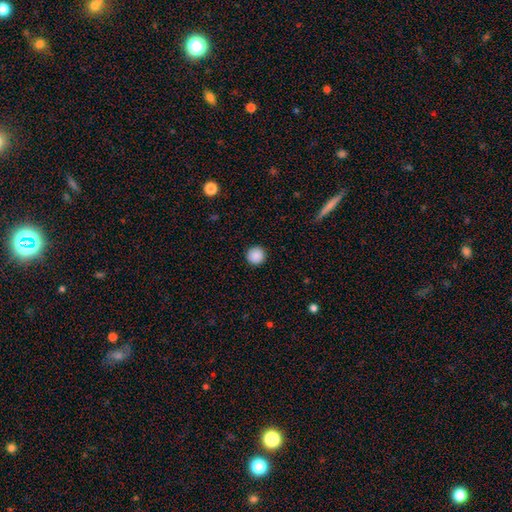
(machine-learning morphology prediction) Smooth or featured: smooth — 89% (star or artifact — 9%)
How rounded: round — 96% (in between — 3%)
Merging: none — 93% (minor disturbance — 5%)